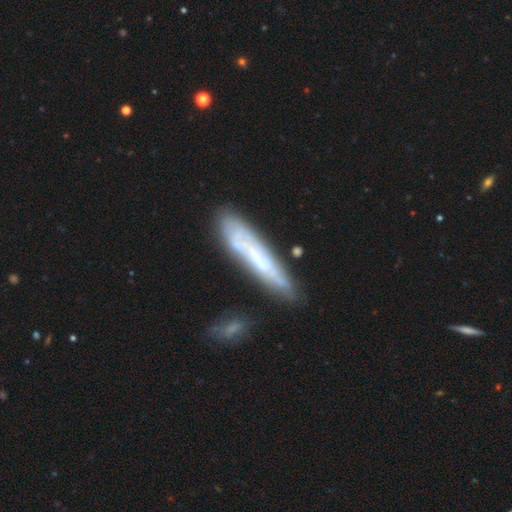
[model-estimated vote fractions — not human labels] featured or disk 55%, smooth 38%, star or artifact 7%. Down the decision tree: edge-on disk — yes (56%); merging — none (70%).